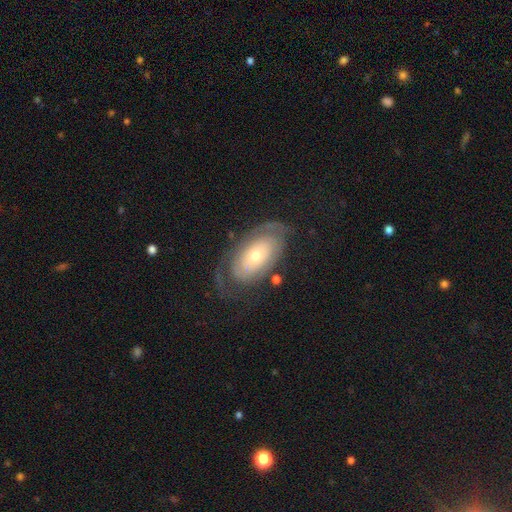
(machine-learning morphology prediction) type=featured or disk (65%); edge-on=no (91%); bar=no (83%); spiral arms=yes (65%); bulge=moderate (50%); merging=none (61%).